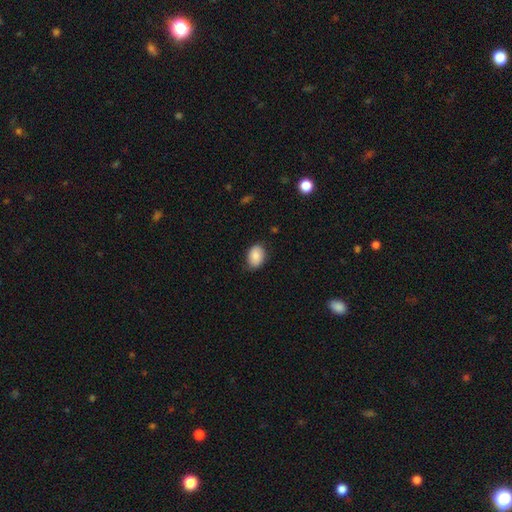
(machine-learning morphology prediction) type=smooth (84%); roundness=in between (77%); merging=none (77%).